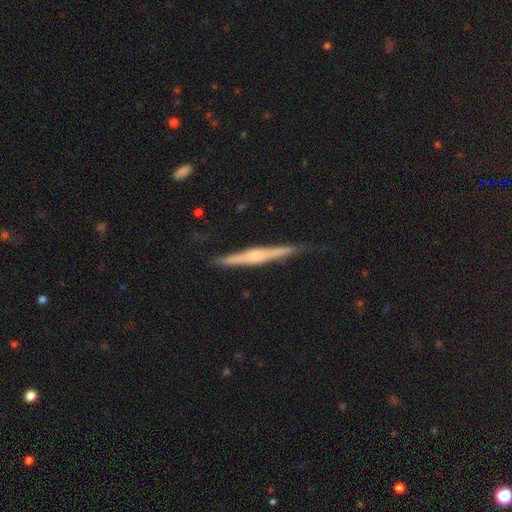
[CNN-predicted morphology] A featured or disk galaxy (69%) viewed edge-on (97%) with a rounded central bulge (55%).

Vote fractions:
- Smooth or featured? featured or disk: 69% / smooth: 25% / star or artifact: 6%
- Edge-on disk? yes: 97% / no: 3%
- Edge-on bulge? rounded: 55% / none: 27% / boxy: 18%
- Merging? none: 82% / minor disturbance: 14% / major disturbance: 3% / merger: 2%